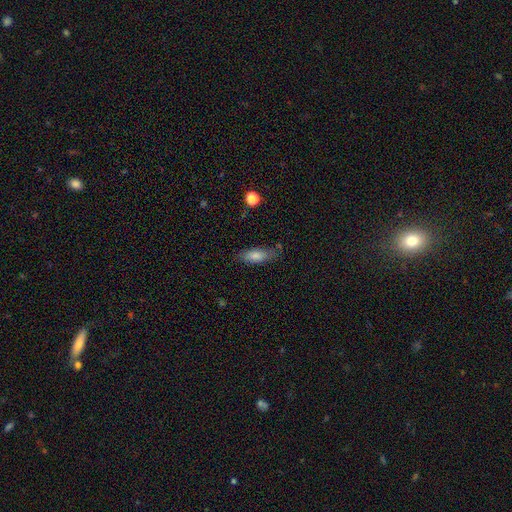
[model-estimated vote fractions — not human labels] This appears to be a smooth galaxy with no disk features (79%) that is in between round and cigar-shaped (68%). Merging: none (72%).